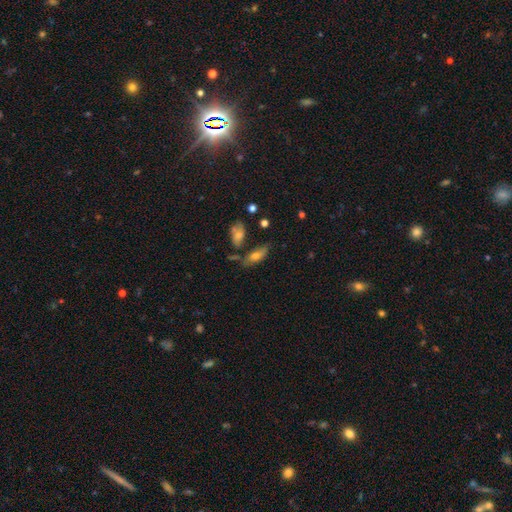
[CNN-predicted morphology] Smooth or featured?
  - smooth: 63% *
  - featured or disk: 29%
  - star or artifact: 9%
How rounded?
  - in between: 70% *
  - cigar-shaped: 27%
  - round: 3%
Merging?
  - none: 52% *
  - minor disturbance: 22%
  - merger: 17%
  - major disturbance: 9%